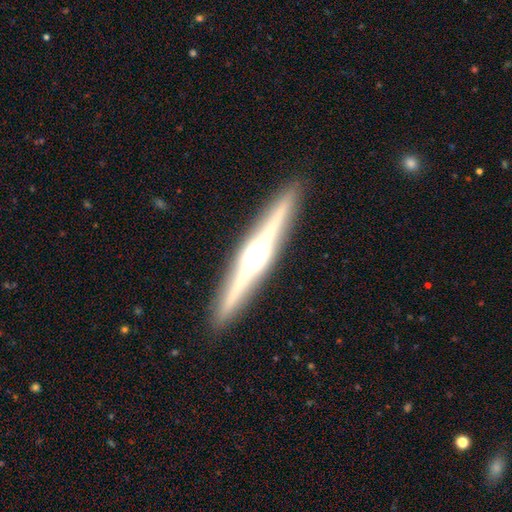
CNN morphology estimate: type=featured or disk (84%); edge-on=yes (98%); edge-on bulge=rounded (77%); merging=none (92%).